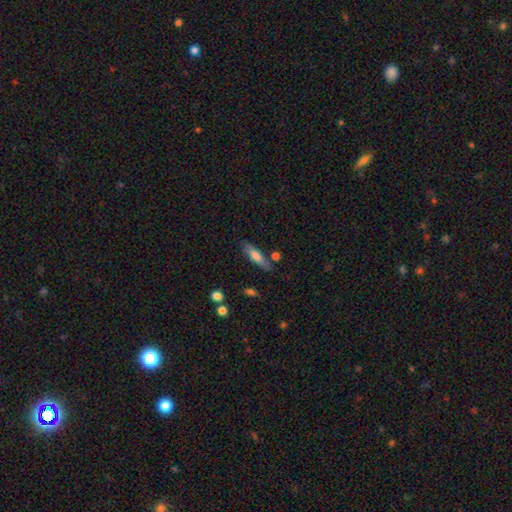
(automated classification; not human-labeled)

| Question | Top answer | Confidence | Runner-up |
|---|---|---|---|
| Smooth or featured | smooth | 65% | featured or disk (29%) |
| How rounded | cigar-shaped | 63% | in between (34%) |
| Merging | none | 76% | minor disturbance (15%) |